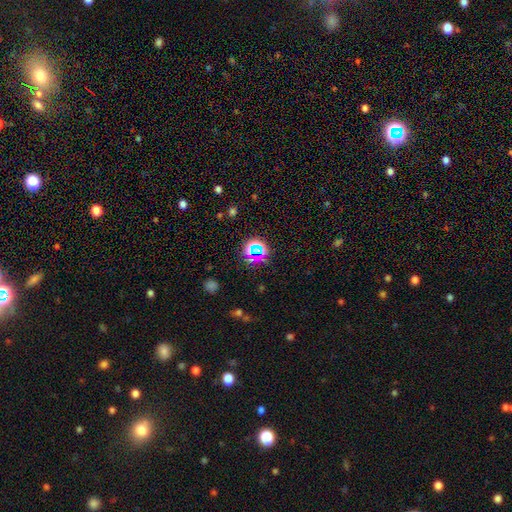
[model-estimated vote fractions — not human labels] A star or artifact, not a galaxy (68%).